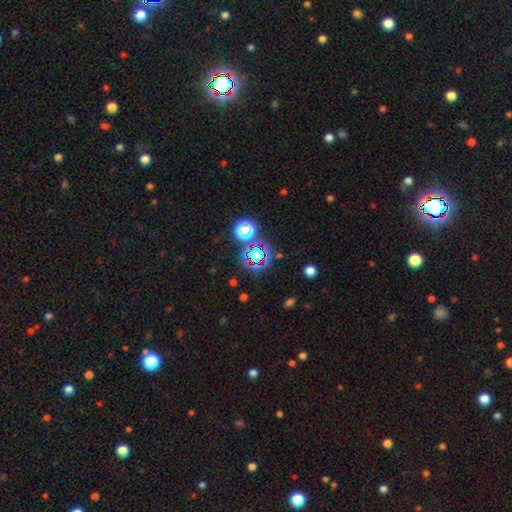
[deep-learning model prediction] Morphology: type=star or artifact (68%).